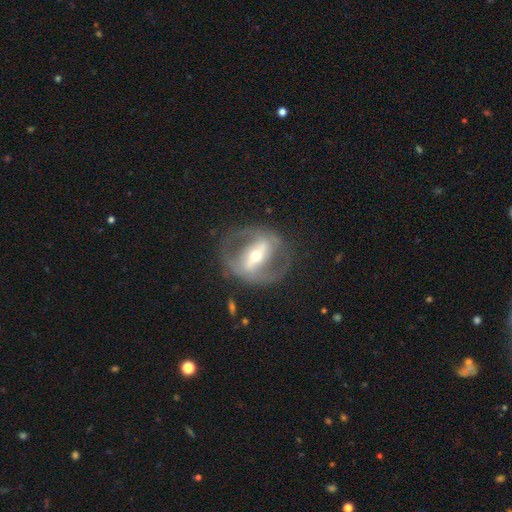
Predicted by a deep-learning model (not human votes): This appears to be a featured or disk galaxy (79%) with a strong bar (60%), spiral arms (61%) and a moderate central bulge (52%). Merging: none (70%).